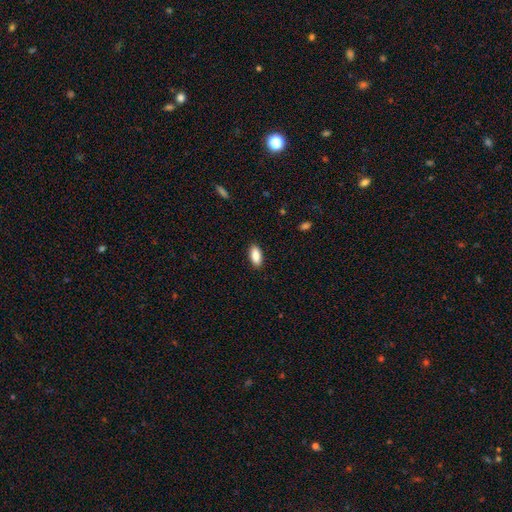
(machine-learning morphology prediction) Smooth or featured?
  - smooth: 88% *
  - star or artifact: 6%
  - featured or disk: 5%
How rounded?
  - in between: 88% *
  - cigar-shaped: 10%
  - round: 2%
Merging?
  - none: 89% *
  - minor disturbance: 8%
  - major disturbance: 2%
  - merger: 1%